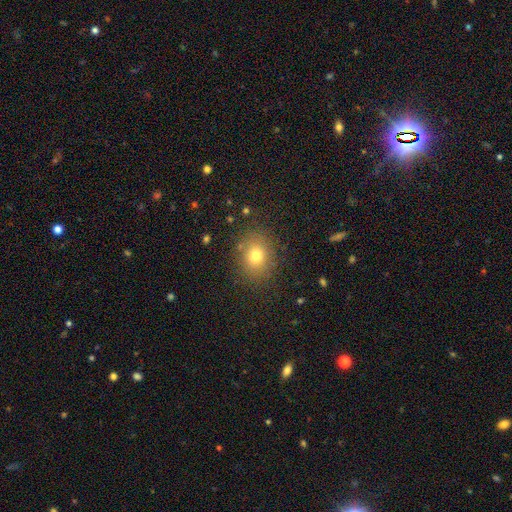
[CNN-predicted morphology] This is likely a smooth galaxy (74%). How rounded: possibly round (58%). Merging: clearly none (84%).